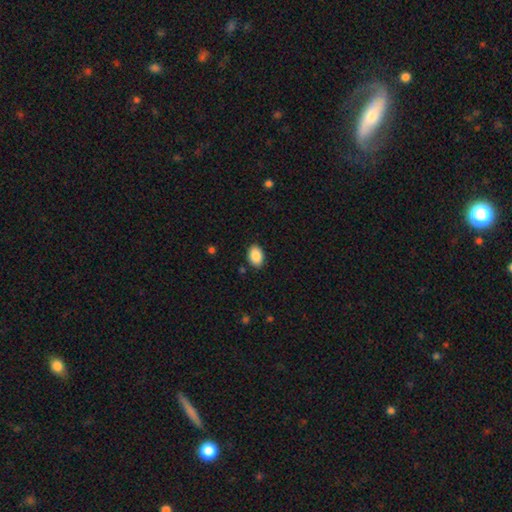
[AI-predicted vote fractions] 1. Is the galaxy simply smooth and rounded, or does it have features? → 89% smooth, 7% star or artifact, 4% featured or disk.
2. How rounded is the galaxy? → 84% in between, 15% round, 1% cigar-shaped.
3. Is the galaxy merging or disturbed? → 88% none, 9% minor disturbance, 2% major disturbance, 1% merger.